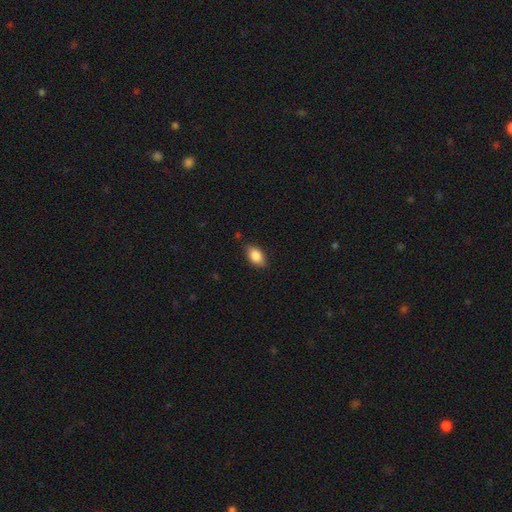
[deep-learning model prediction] Morphology: type=smooth (85%); roundness=in between (89%); merging=none (82%).